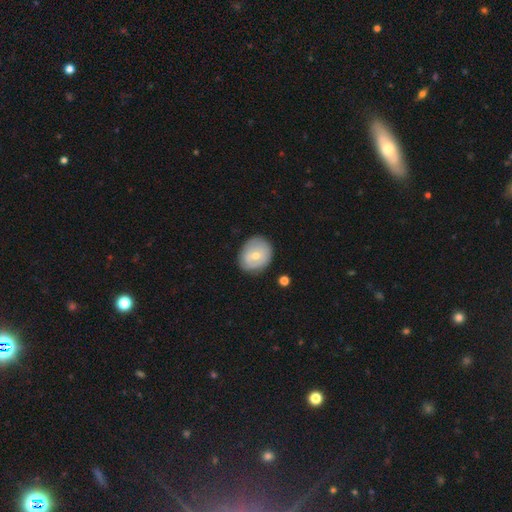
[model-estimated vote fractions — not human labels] Smooth or featured?
  - smooth: 51% *
  - featured or disk: 42%
  - star or artifact: 7%
How rounded?
  - round: 59% *
  - in between: 40%
  - cigar-shaped: 1%
Merging?
  - none: 77% *
  - minor disturbance: 17%
  - major disturbance: 4%
  - merger: 2%